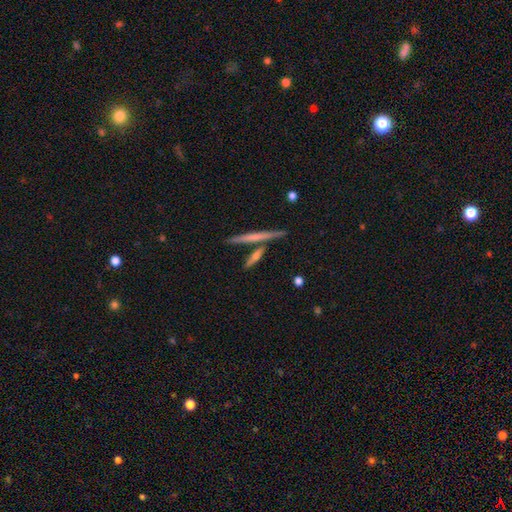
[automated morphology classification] Overall: smooth (48%; featured or disk 45%). Merging: none (70%).